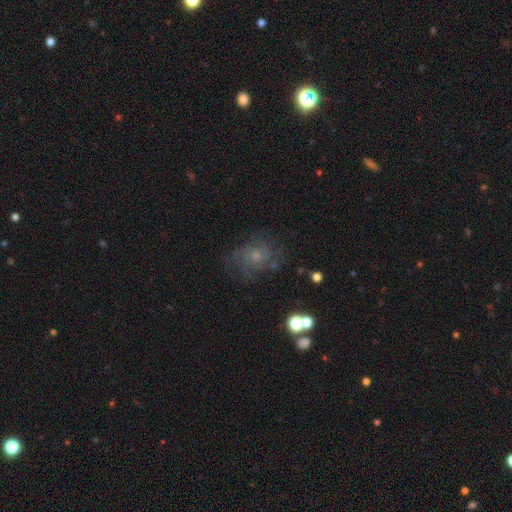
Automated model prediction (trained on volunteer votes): Overall: featured or disk (59%; smooth 24%). Edge-on disk: no (97%). Bar: no (80%). Spiral arms: yes (84%). Bulge size: small (56%; moderate 34%). Merging: none (66%).